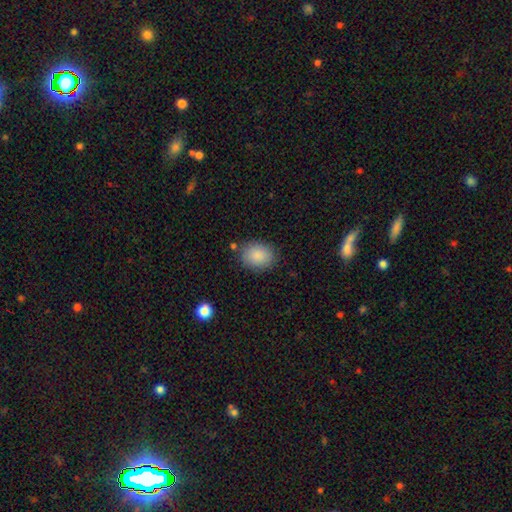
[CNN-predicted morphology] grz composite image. It shows a smooth galaxy with no disk features (88%) that is in between round and cigar-shaped (61%). Merging: none (82%).